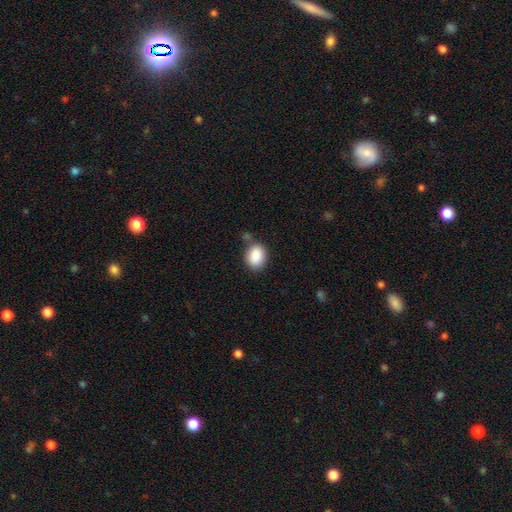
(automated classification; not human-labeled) The model was most divided on "how rounded": in between: 60%, round: 39%, cigar-shaped: 1%. More confident: smooth or featured — smooth (88%); merging — none (72%).